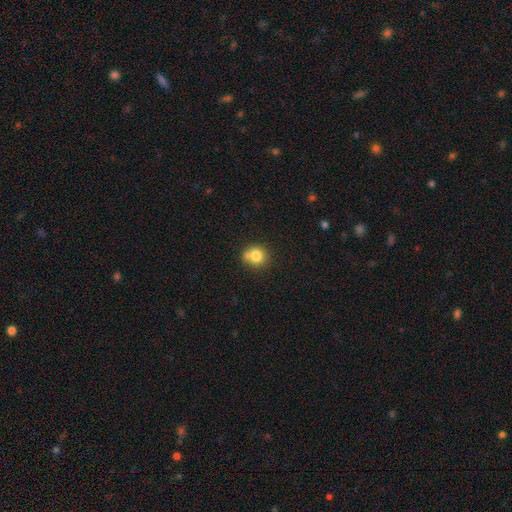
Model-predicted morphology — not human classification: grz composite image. It shows a smooth galaxy with no disk features (79%) that is round (83%). Merging: none (57%).